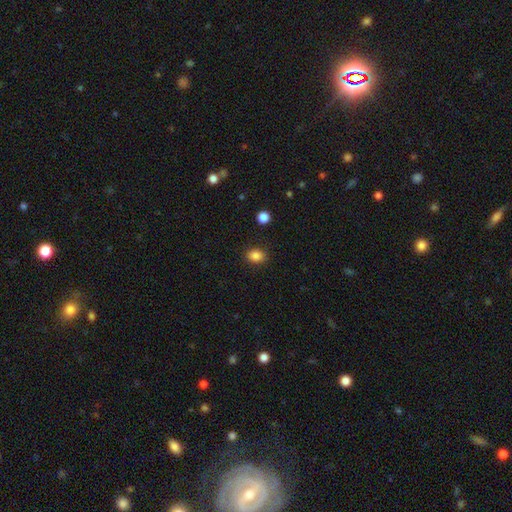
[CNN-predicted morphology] Overall: smooth (85%). How rounded: in between (56%; round 43%). Merging: none (88%).